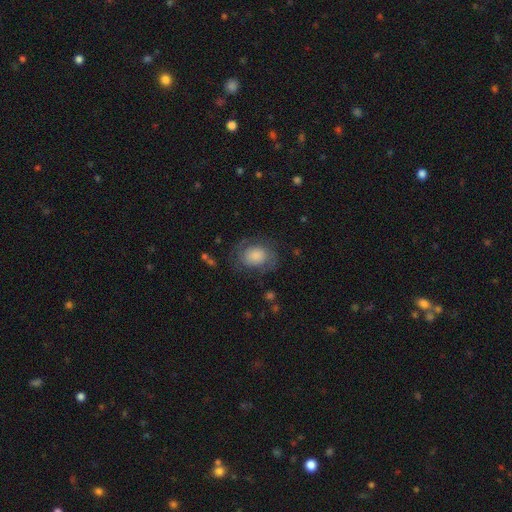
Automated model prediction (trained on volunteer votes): Smooth or featured: smooth — 57% (featured or disk — 35%)
How rounded: round — 51% (in between — 48%)
Merging: none — 66% (minor disturbance — 20%)